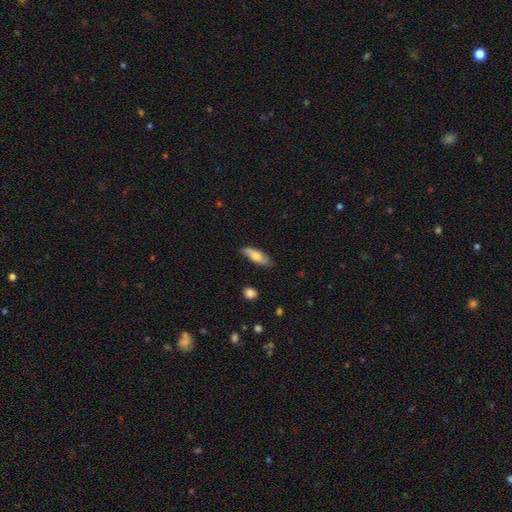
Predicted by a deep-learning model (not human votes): smooth 75%, featured or disk 19%, star or artifact 6%. Down the decision tree: how rounded — in between (58%); merging — none (78%).